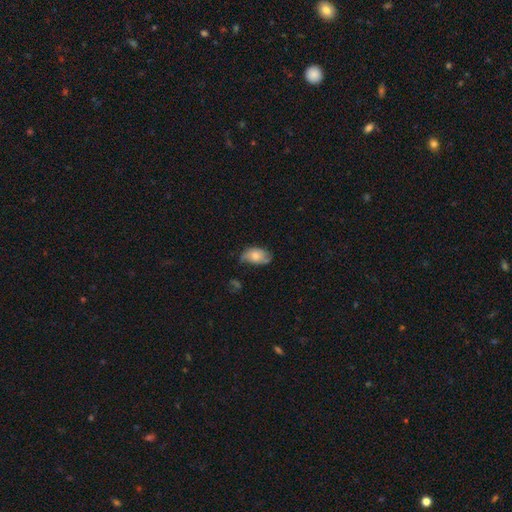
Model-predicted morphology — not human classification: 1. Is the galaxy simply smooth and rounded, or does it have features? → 63% smooth, 30% featured or disk, 8% star or artifact.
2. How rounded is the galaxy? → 89% in between, 9% round, 2% cigar-shaped.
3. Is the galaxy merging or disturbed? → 48% none, 36% minor disturbance, 13% major disturbance, 3% merger.